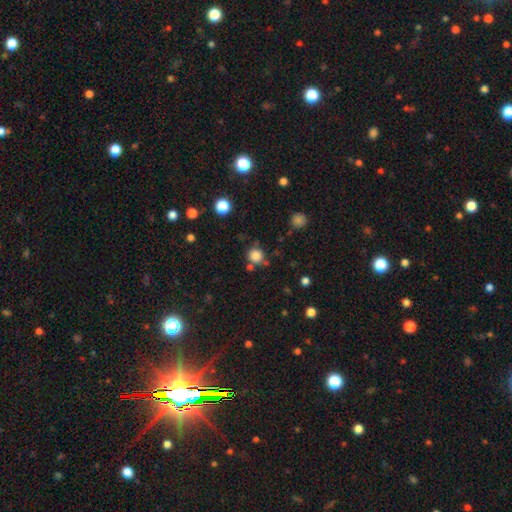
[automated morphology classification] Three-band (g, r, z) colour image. It shows a smooth galaxy with no disk features (82%) that is round (91%). Merging: none (74%).